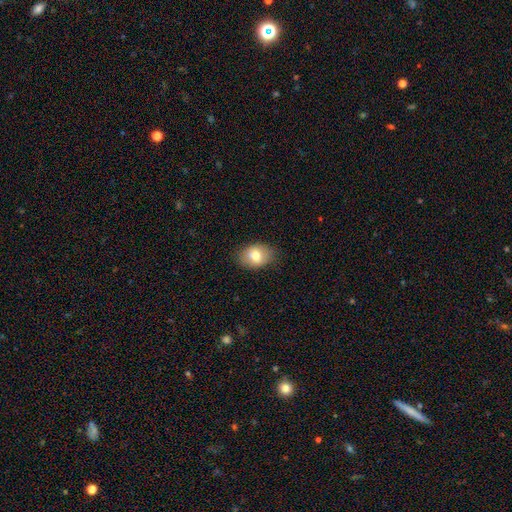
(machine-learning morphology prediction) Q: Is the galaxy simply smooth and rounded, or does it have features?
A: smooth — 75%.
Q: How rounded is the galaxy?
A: in between — 72%.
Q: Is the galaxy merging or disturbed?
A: none — 84%.